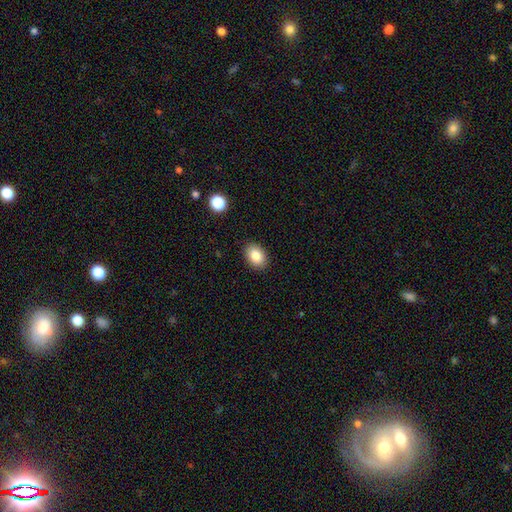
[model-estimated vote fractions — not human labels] Morphology: type=smooth (85%); roundness=in between (77%); merging=none (89%).